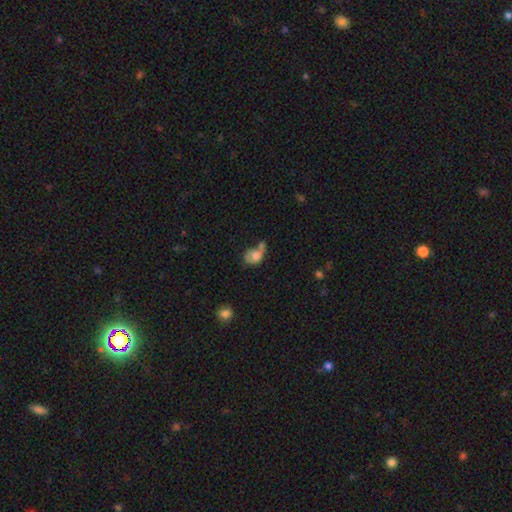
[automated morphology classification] Smooth or featured: smooth — 66% (featured or disk — 25%)
How rounded: in between — 56% (round — 42%)
Merging: merger — 38% (none — 23%)